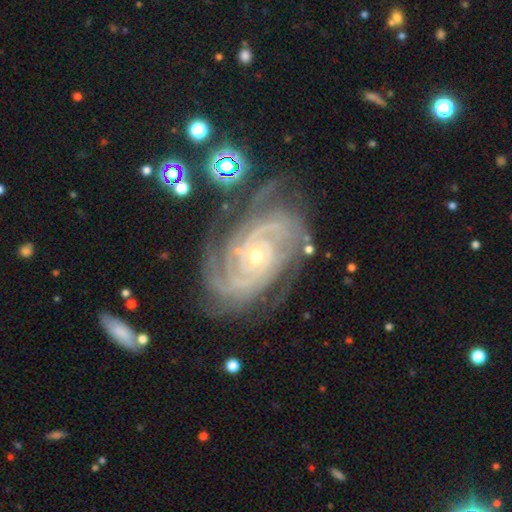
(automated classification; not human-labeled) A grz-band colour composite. It shows a featured or disk galaxy (92%) with no bar (73%), 3 (27%) tight (79%) spiral arms (98%) and a small central bulge (58%). Merging: none (69%).